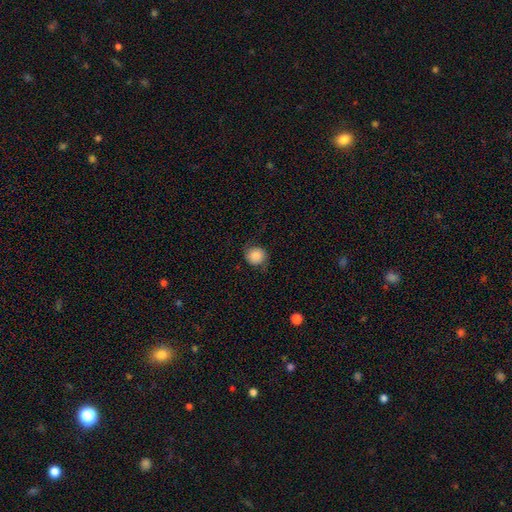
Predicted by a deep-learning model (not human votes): Morphology: type=smooth (78%); roundness=round (86%); merging=none (74%).